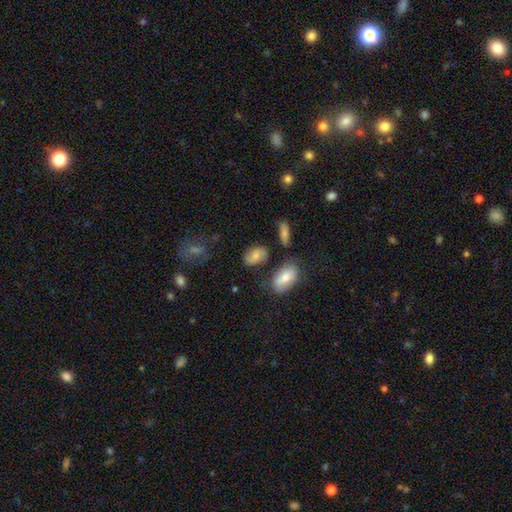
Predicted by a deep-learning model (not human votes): Smooth or featured?
  - smooth: 64% *
  - featured or disk: 25%
  - star or artifact: 11%
How rounded?
  - in between: 85% *
  - round: 13%
  - cigar-shaped: 2%
Merging?
  - none: 69% *
  - minor disturbance: 18%
  - merger: 7%
  - major disturbance: 6%